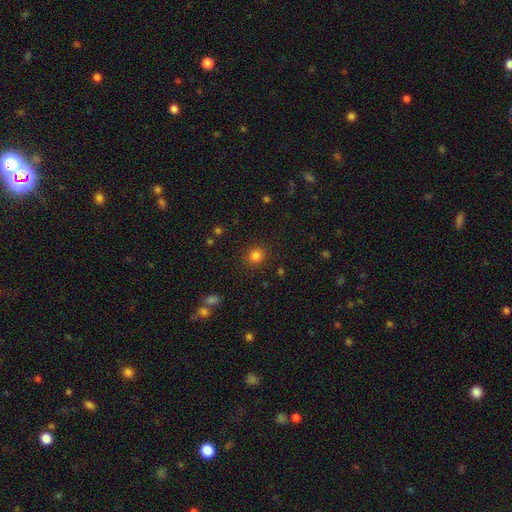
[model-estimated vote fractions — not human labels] Smooth or featured: smooth — 82% (star or artifact — 13%)
How rounded: round — 83% (in between — 16%)
Merging: none — 89% (minor disturbance — 7%)